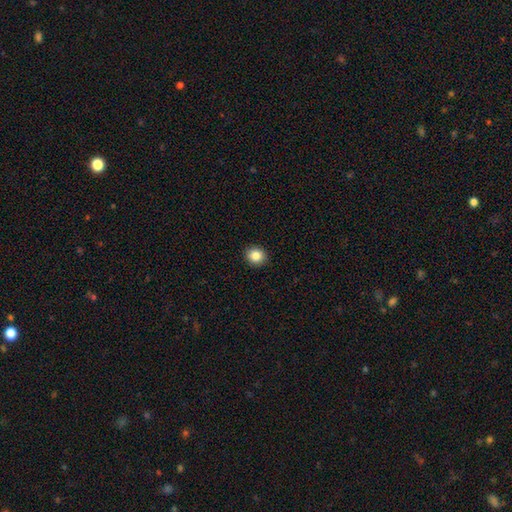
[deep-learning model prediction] smooth-or-featured: smooth: 85% | star or artifact: 10% | featured or disk: 5%
  how-rounded: round: 82% | in between: 17% | cigar-shaped: 1%
  merging: none: 92% | minor disturbance: 5% | major disturbance: 2% | merger: 1%